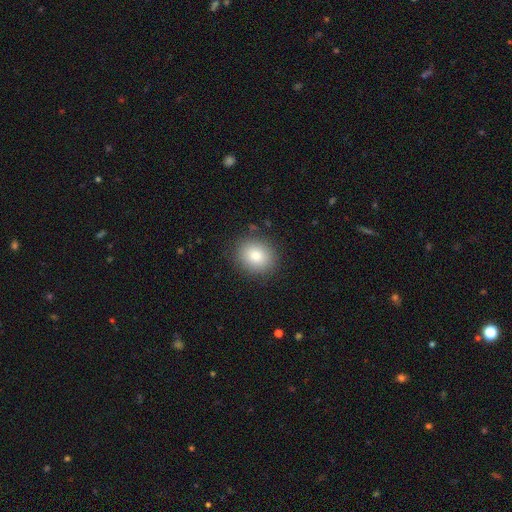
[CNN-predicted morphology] This appears to be a smooth galaxy with no disk features (82%) that is round (69%). Merging: none (87%).